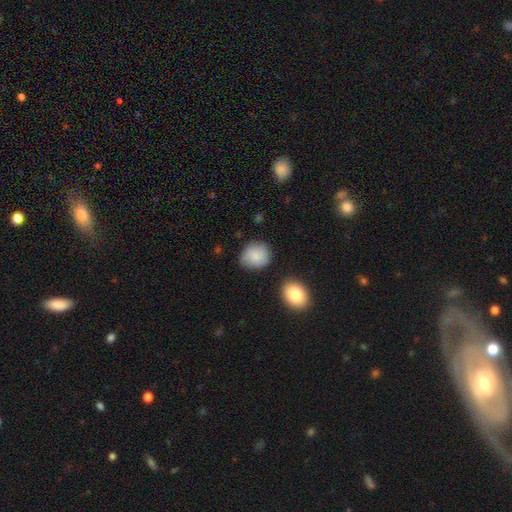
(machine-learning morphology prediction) Q: Smooth or featured?
A: smooth (85%); runner-up: featured or disk (8%)
Q: How rounded?
A: round (76%); runner-up: in between (23%)
Q: Merging?
A: none (76%); runner-up: minor disturbance (17%)